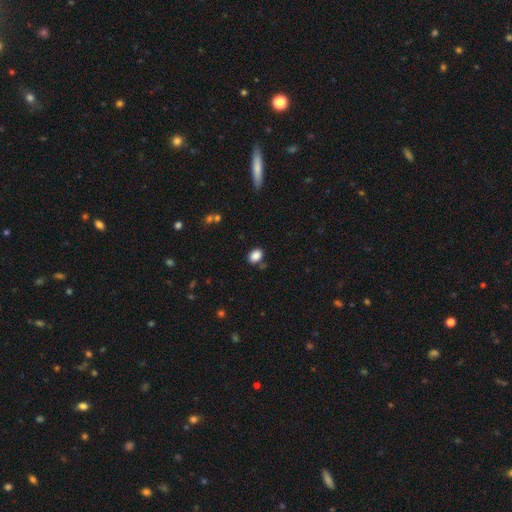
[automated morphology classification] type=smooth (87%); roundness=in between (73%); merging=none (80%).